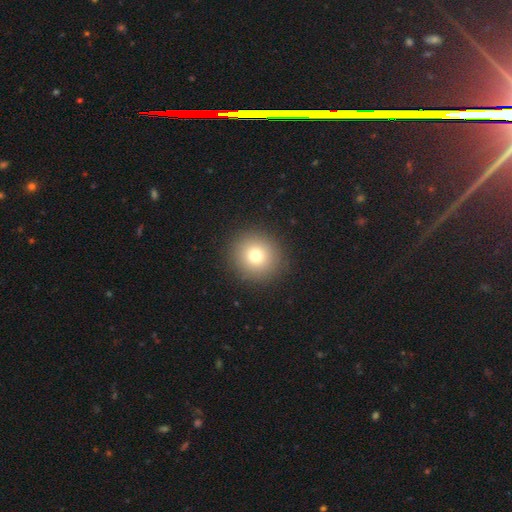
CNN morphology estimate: smooth 76%, star or artifact 13%, featured or disk 11%. Down the decision tree: how rounded — round (91%); merging — none (91%).